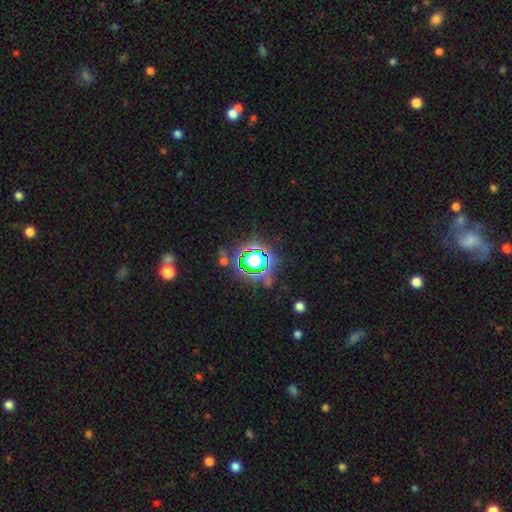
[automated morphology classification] Overall: star or artifact (71%).